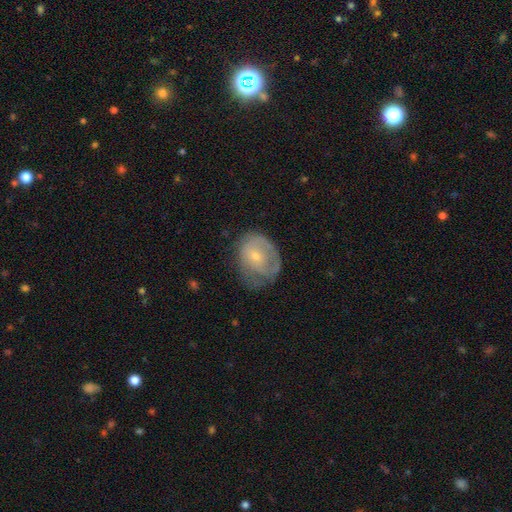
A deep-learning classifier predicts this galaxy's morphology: This is possibly a featured or disk galaxy (50%). Merging: marginally none (40%).